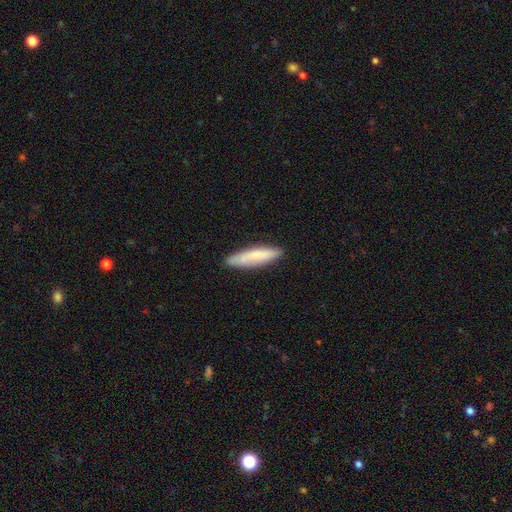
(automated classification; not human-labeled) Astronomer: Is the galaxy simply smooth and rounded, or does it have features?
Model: smooth — 74%.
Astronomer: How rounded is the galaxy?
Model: cigar-shaped — 76%.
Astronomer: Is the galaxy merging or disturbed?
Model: none — 82%.